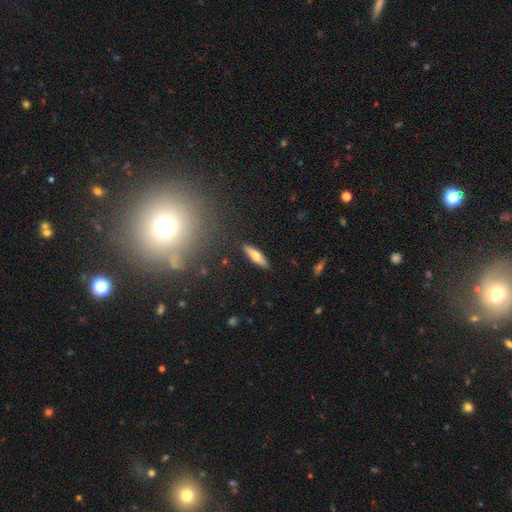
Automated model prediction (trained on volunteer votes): A smooth galaxy with no disk features (62%) that is cigar-shaped (61%). Merging: none (88%).